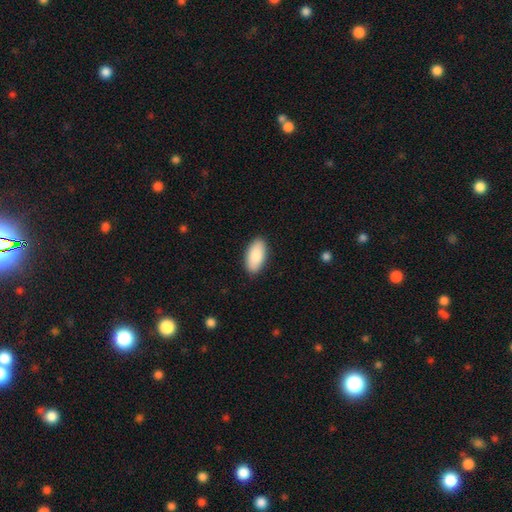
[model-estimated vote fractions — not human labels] smooth 88%, featured or disk 7%, star or artifact 5%. Down the decision tree: how rounded — in between (94%); merging — none (88%).